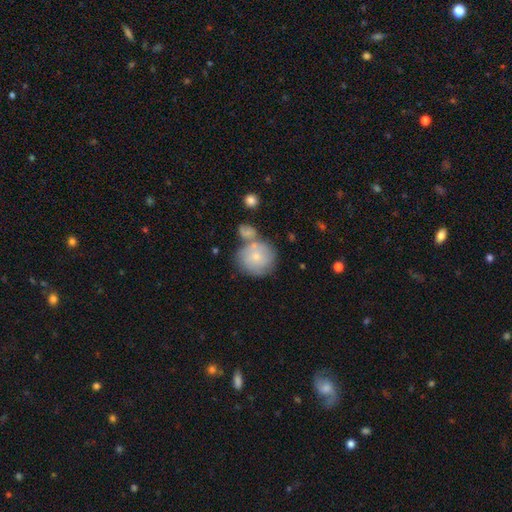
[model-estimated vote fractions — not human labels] Smooth or featured?
  - smooth: 67% *
  - featured or disk: 26%
  - star or artifact: 7%
How rounded?
  - round: 88% *
  - in between: 11%
  - cigar-shaped: 1%
Merging?
  - none: 47% *
  - merger: 31%
  - minor disturbance: 16%
  - major disturbance: 6%